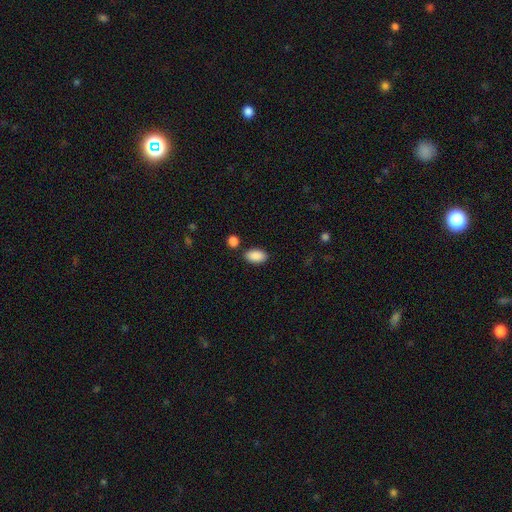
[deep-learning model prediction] smooth-or-featured: smooth: 90% | star or artifact: 7% | featured or disk: 4%
  how-rounded: in between: 94% | round: 5% | cigar-shaped: 2%
  merging: none: 82% | minor disturbance: 10% | merger: 6% | major disturbance: 3%